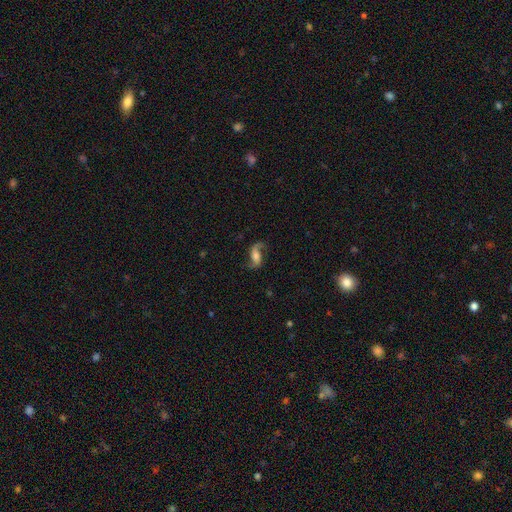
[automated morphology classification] Smooth or featured?
  - featured or disk: 81% *
  - smooth: 11%
  - star or artifact: 7%
Edge-on disk?
  - no: 96% *
  - yes: 4%
Bar?
  - no: 39% * (tied)
  - weak: 39% * (tied)
  - strong: 22%
Spiral arms?
  - yes: 96% *
  - no: 4%
Spiral winding?
  - loose: 74% *
  - medium: 22%
  - tight: 5%
Spiral arm count?
  - 2: 92% *
  - 1: 3%
  - can't tell: 2%
  - 3: 1%
  - 4: 1%
  - more than 4: 1%
Bulge size?
  - moderate: 39% *
  - large: 25%
  - small: 21%
  - none: 11%
  - dominant: 4%
Merging?
  - none: 75% *
  - minor disturbance: 14%
  - major disturbance: 9%
  - merger: 2%